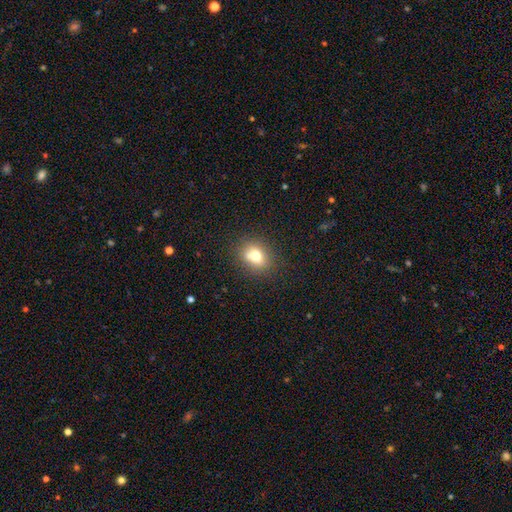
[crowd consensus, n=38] Volunteers were most divided on "how rounded": round: 66%, in between: 34%, cigar-shaped: 0%. More confident: smooth or featured — smooth (92%); merging — none (68%).